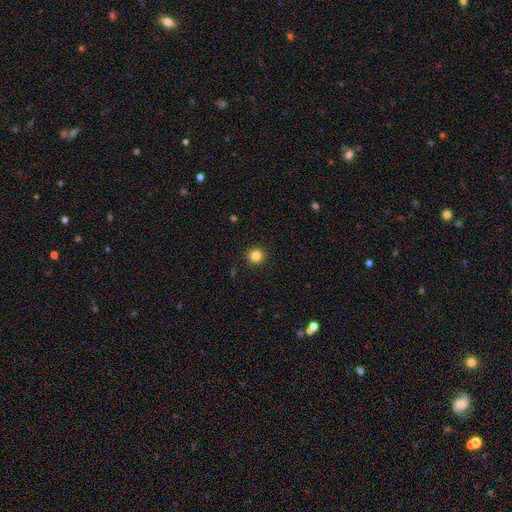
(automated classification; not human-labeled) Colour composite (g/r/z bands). It shows a smooth galaxy with no disk features (84%) that is round (93%). Merging: none (92%).